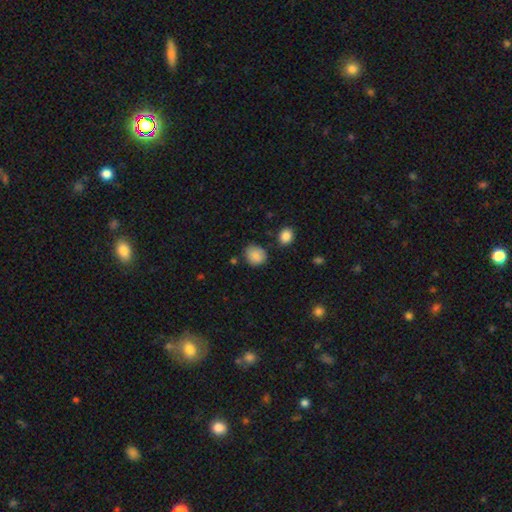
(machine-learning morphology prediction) The model was most divided on "how rounded": round: 78%, in between: 21%, cigar-shaped: 1%. More confident: smooth or featured — smooth (87%); merging — none (76%).